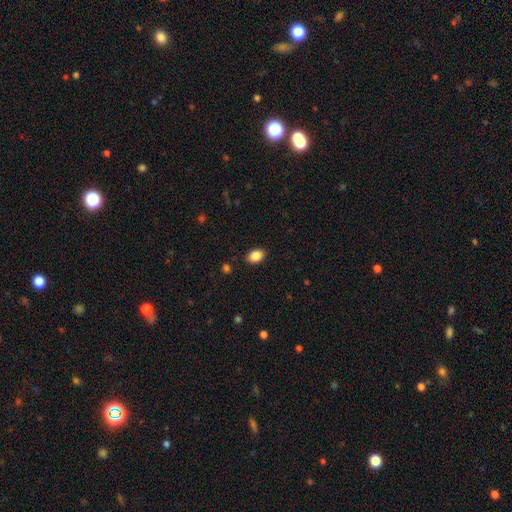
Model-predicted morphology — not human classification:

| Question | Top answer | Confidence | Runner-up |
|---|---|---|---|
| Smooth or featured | smooth | 88% | star or artifact (8%) |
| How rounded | in between | 77% | round (22%) |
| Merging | none | 89% | minor disturbance (8%) |